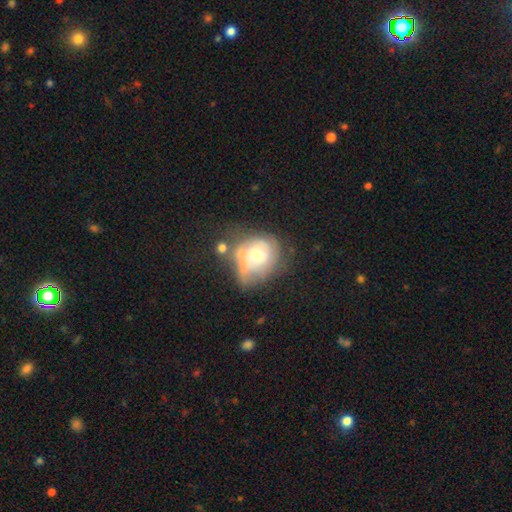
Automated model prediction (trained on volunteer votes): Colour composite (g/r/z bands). It shows a featured or disk galaxy (49%). Merging: none (27%).